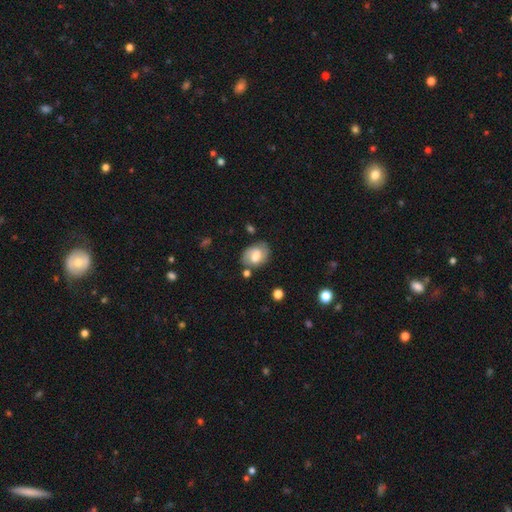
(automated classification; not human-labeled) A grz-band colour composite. It shows a smooth galaxy with no disk features (51%) that is in between round and cigar-shaped (74%). Merging: none (69%).